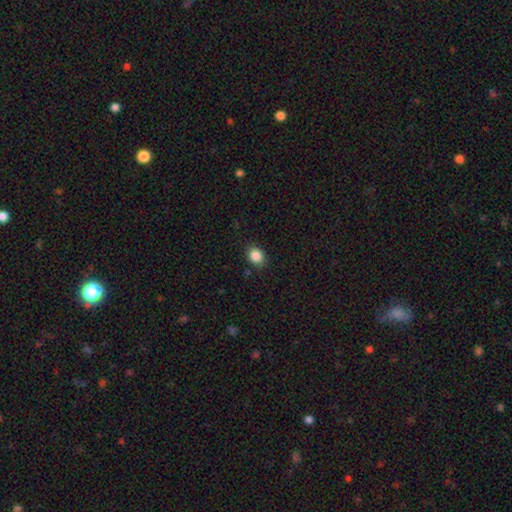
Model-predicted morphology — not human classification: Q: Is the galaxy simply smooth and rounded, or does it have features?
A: smooth — 86%.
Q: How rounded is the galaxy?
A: round — 56%.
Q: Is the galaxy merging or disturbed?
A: none — 86%.